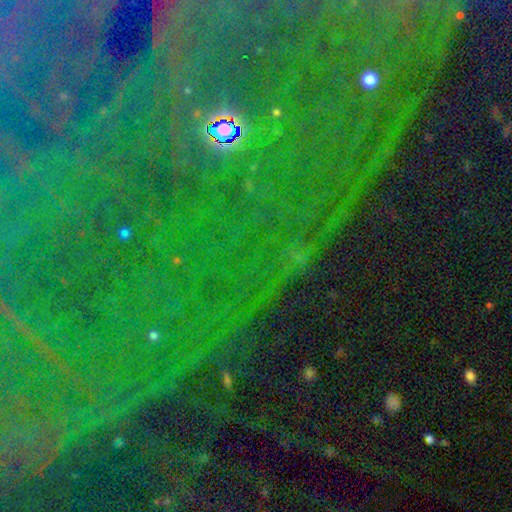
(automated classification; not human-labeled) The model was most divided on "smooth or featured": star or artifact: 82%, smooth: 9%, featured or disk: 9%.